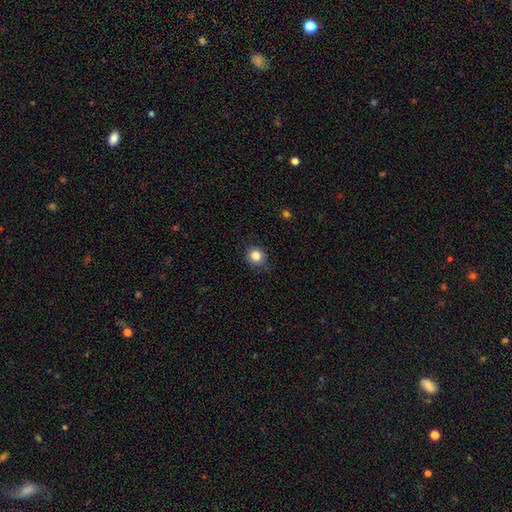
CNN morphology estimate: smooth_or_featured: smooth (p=0.85) [alt: star or artifact p=0.11]
how_rounded: round (p=0.80) [alt: in between p=0.19]
merging: none (p=0.81) [alt: minor disturbance p=0.15]